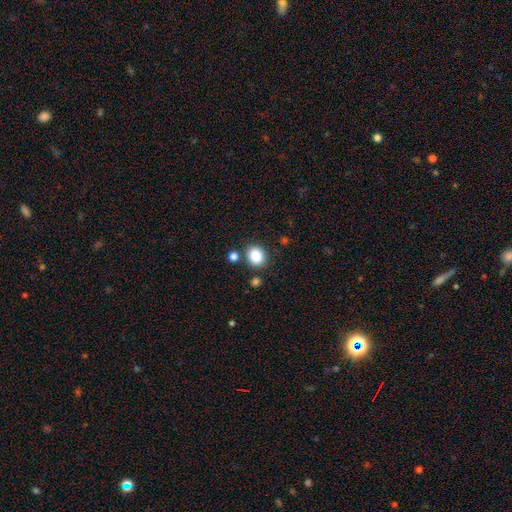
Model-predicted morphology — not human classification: Q: Smooth or featured?
A: smooth (86%); runner-up: star or artifact (9%)
Q: How rounded?
A: round (64%); runner-up: in between (35%)
Q: Merging?
A: none (81%); runner-up: minor disturbance (9%)